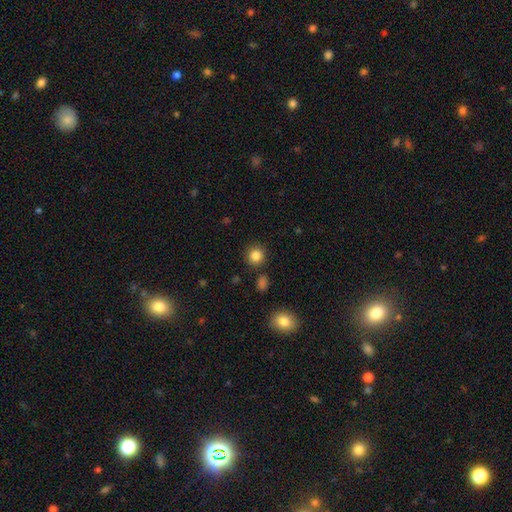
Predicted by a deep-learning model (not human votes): smooth_or_featured: smooth (p=0.85) [alt: star or artifact p=0.11]
how_rounded: round (p=0.90) [alt: in between p=0.09]
merging: none (p=0.88) [alt: minor disturbance p=0.07]